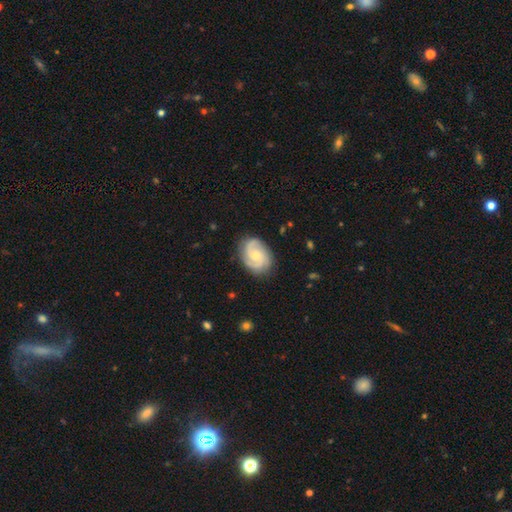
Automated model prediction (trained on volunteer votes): A featured or disk galaxy (85%) with no bar (67%), 3 (44%) tight (48%) spiral arms (98%) and a small central bulge (60%).

Vote fractions:
- Smooth or featured? featured or disk: 85% / smooth: 11% / star or artifact: 5%
- Edge-on disk? no: 98% / yes: 2%
- Bar? no: 67% / weak: 29% / strong: 4%
- Spiral arms? yes: 98% / no: 2%
- Spiral winding? tight: 48% / medium: 43% / loose: 9%
- Spiral arm count? 3: 44% / 2: 36% / can't tell: 8% / 4: 4% / 1: 3% / more than 4: 3%
- Bulge size? small: 60% / moderate: 35% / none: 2% / large: 2% / dominant: 1%
- Merging? none: 82% / minor disturbance: 13% / major disturbance: 3% / merger: 1%